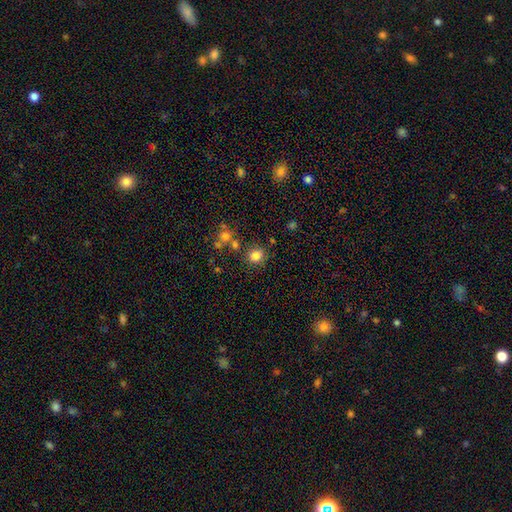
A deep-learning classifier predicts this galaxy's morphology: smooth-or-featured: smooth: 81% | star or artifact: 13% | featured or disk: 6%
  how-rounded: round: 83% | in between: 16% | cigar-shaped: 1%
  merging: none: 78% | minor disturbance: 10% | merger: 8% | major disturbance: 4%